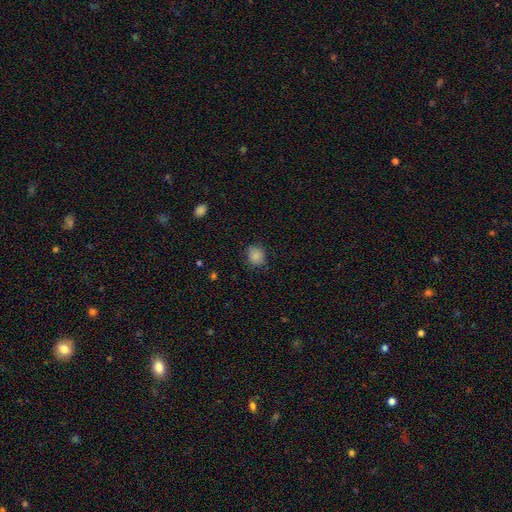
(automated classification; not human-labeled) This appears to be a smooth galaxy with no disk features (85%) that is round (70%). Merging: none (78%).